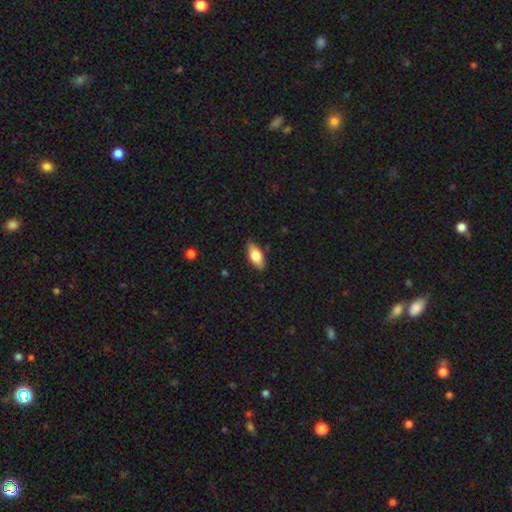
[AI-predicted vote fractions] Smooth or featured: smooth — 74% (featured or disk — 20%)
How rounded: in between — 86% (cigar-shaped — 11%)
Merging: none — 87% (minor disturbance — 10%)